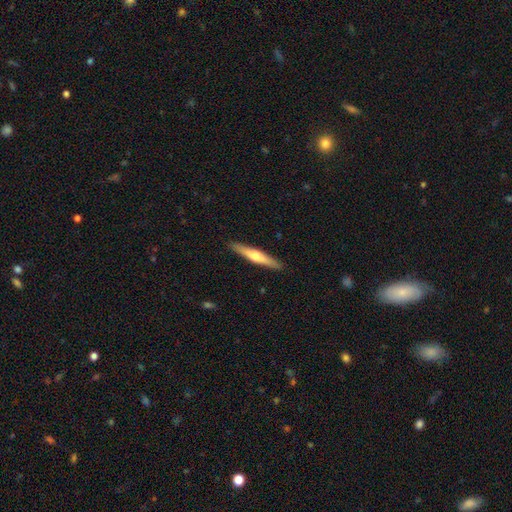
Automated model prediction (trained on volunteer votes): This appears to be a featured or disk galaxy (52%) viewed edge-on (96%). Merging: none (91%).